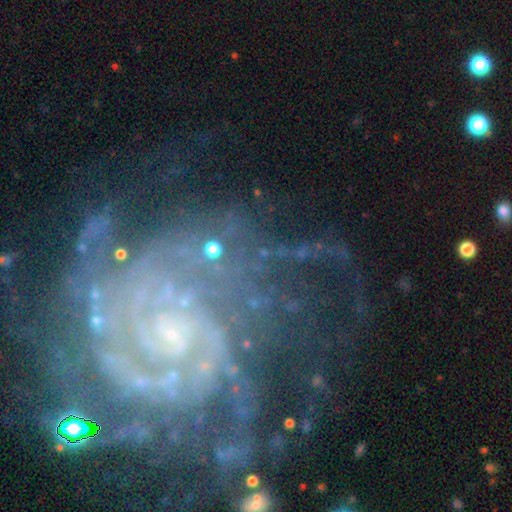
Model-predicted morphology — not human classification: A featured or disk galaxy (86%) with no bar (62%), 2 (26%) tight (68%) spiral arms (97%) and a small central bulge (78%).

Vote fractions:
- Smooth or featured? featured or disk: 86% / star or artifact: 9% / smooth: 5%
- Edge-on disk? no: 98% / yes: 2%
- Bar? no: 62% / weak: 26% / strong: 12%
- Spiral arms? yes: 97% / no: 3%
- Spiral winding? tight: 68% / medium: 26% / loose: 6%
- Spiral arm count? 2: 26% / can't tell: 21% / 3: 17% / 4: 14% / more than 4: 13% / 1: 9%
- Bulge size? small: 78% / moderate: 10% / none: 9% / large: 2% / dominant: 1%
- Merging? none: 62% / minor disturbance: 17% / major disturbance: 17% / merger: 5%